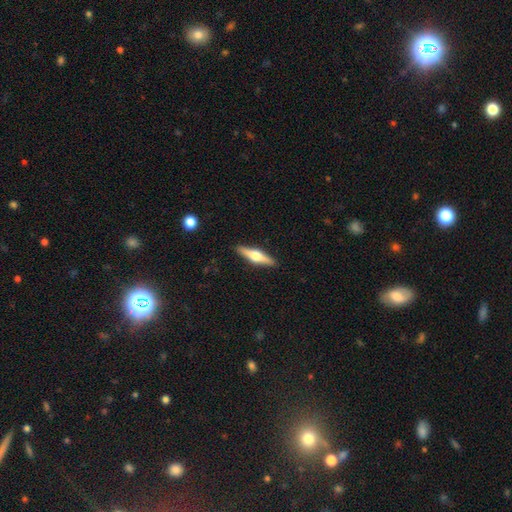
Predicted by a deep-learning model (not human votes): A featured or disk galaxy (62%) viewed edge-on (96%) with a rounded central bulge (95%). Merging: none (91%).